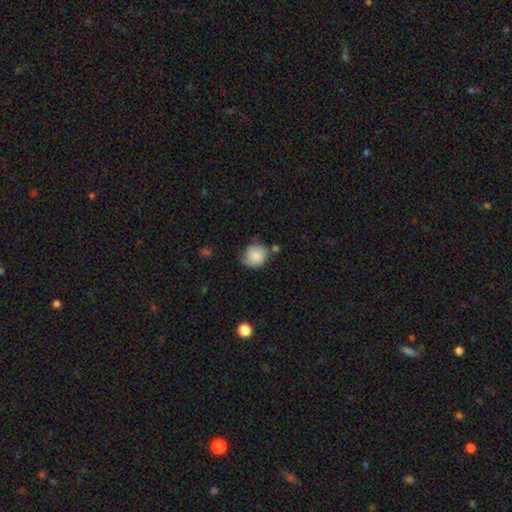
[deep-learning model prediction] Smooth or featured? Predicted: smooth (p=0.60). How rounded? Predicted: round (p=0.80). Merging? Predicted: none (p=0.54).